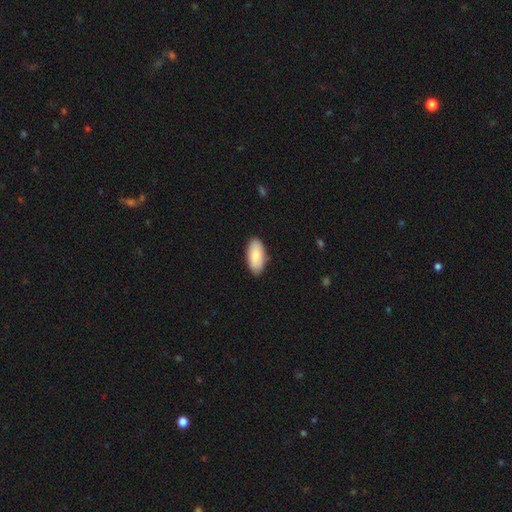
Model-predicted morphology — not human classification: A smooth galaxy with no disk features (81%) that is in between round and cigar-shaped (94%).

Vote fractions:
- Smooth or featured? smooth: 81% / featured or disk: 14% / star or artifact: 6%
- How rounded? in between: 94% / cigar-shaped: 4% / round: 2%
- Merging? none: 86% / minor disturbance: 11% / major disturbance: 2% / merger: 1%